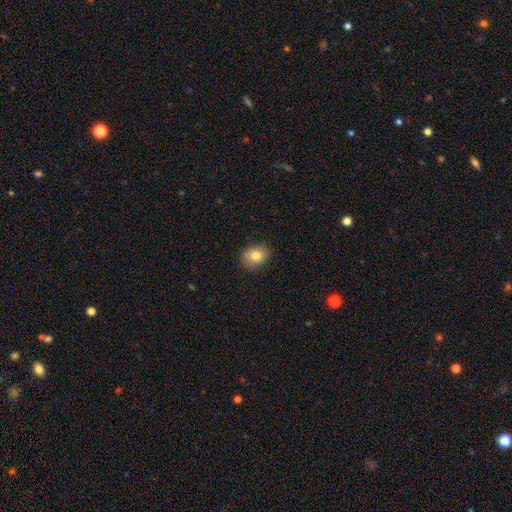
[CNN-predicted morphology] This is likely a smooth galaxy (80%). How rounded: possibly round (53%). Merging: likely none (79%).